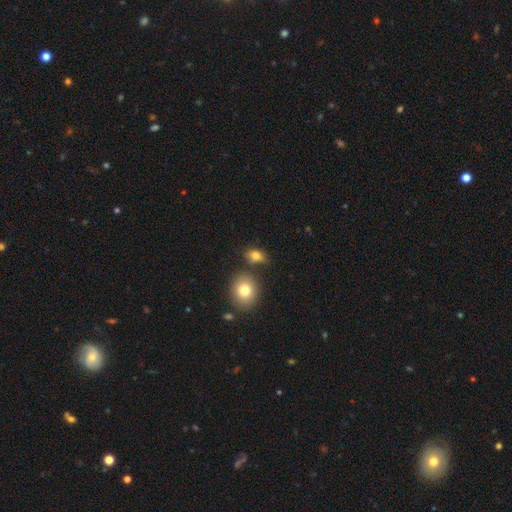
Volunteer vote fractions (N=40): A smooth galaxy with no disk features (72%) that is in between round and cigar-shaped (66%). Merging: none (54%).